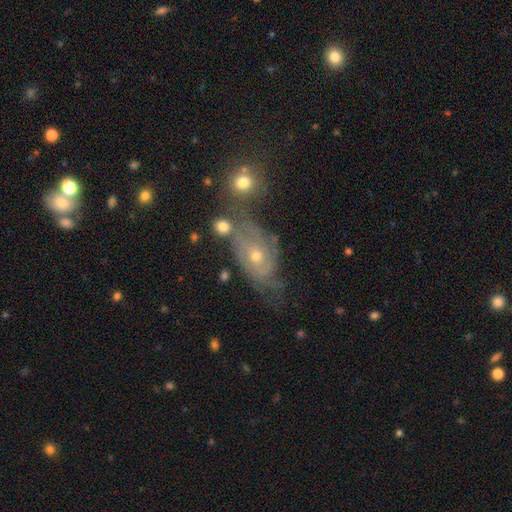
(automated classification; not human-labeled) Overall: featured or disk (74%). Edge-on disk: no (94%). Bar: no (79%). Spiral arms: yes (87%). Spiral arm count: can't tell (46%; 2 21%). Spiral winding: tight (59%; medium 31%). Bulge size: small (51%; moderate 46%). Merging: none (46%; minor disturbance 26%).